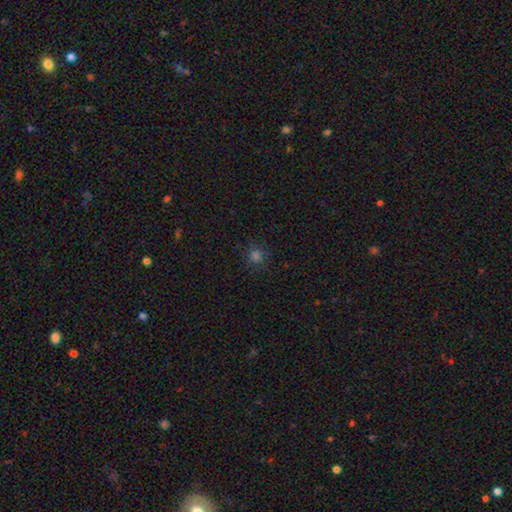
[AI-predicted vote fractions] Smooth or featured? Predicted: smooth (p=0.74). How rounded? Predicted: round (p=0.93). Merging? Predicted: none (p=0.88).